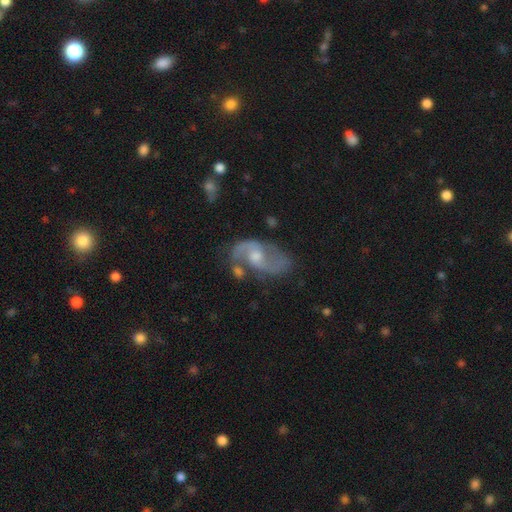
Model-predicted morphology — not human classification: type=featured or disk (85%); edge-on=no (97%); bar=no (49%); spiral arms=yes (95%); winding=medium (50%); arm count=2 (89%); bulge=moderate (59%); merging=none (64%).